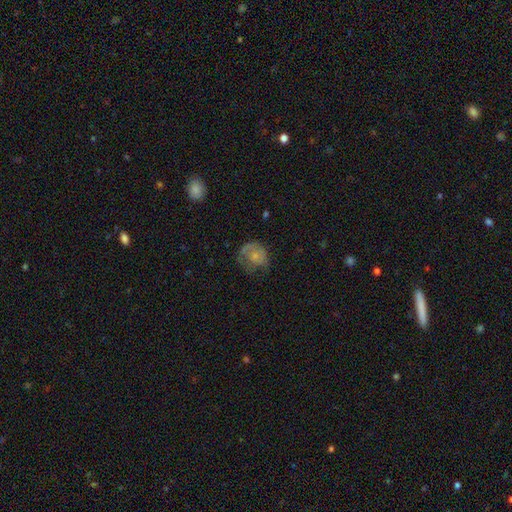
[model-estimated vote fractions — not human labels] Smooth or featured: smooth — 55% (featured or disk — 36%)
How rounded: round — 73% (in between — 26%)
Merging: none — 44% (minor disturbance — 27%)